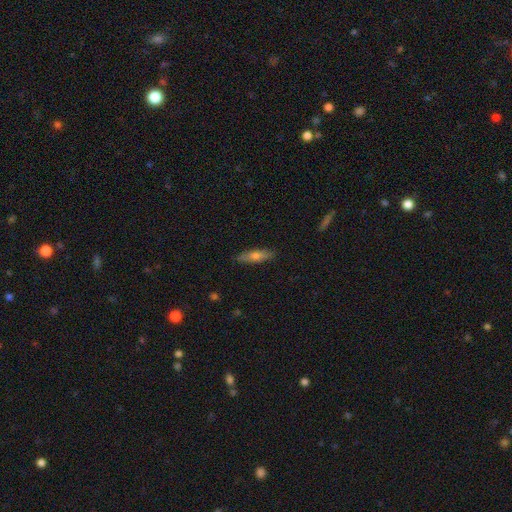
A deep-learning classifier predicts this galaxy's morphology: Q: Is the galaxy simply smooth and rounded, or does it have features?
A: smooth — 69%.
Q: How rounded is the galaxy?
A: cigar-shaped — 57%.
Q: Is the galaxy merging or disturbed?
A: none — 85%.